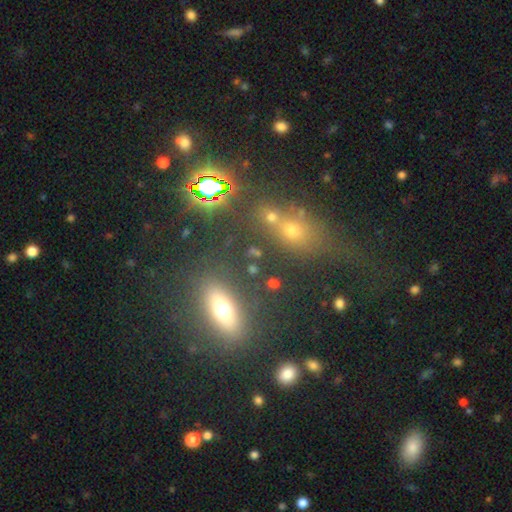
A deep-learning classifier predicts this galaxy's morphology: The model was most divided on "smooth or featured" (2-way tie): star or artifact: 41%, smooth: 41%, featured or disk: 18%.